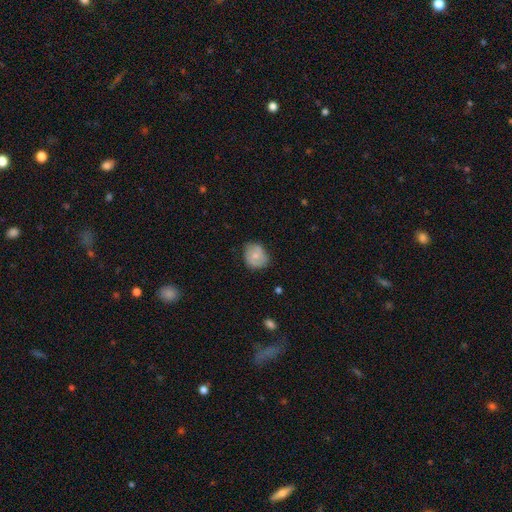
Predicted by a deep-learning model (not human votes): smooth_or_featured: smooth (p=0.61) [alt: featured or disk p=0.32]
how_rounded: round (p=0.66) [alt: in between p=0.33]
merging: none (p=0.66) [alt: minor disturbance p=0.27]